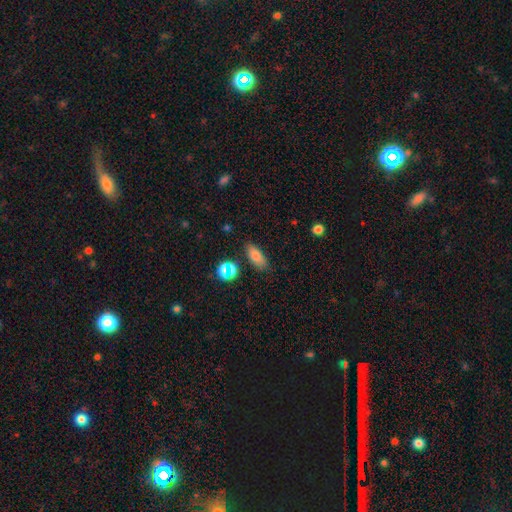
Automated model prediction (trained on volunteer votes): Overall: smooth (74%). How rounded: in between (76%). Merging: none (80%).